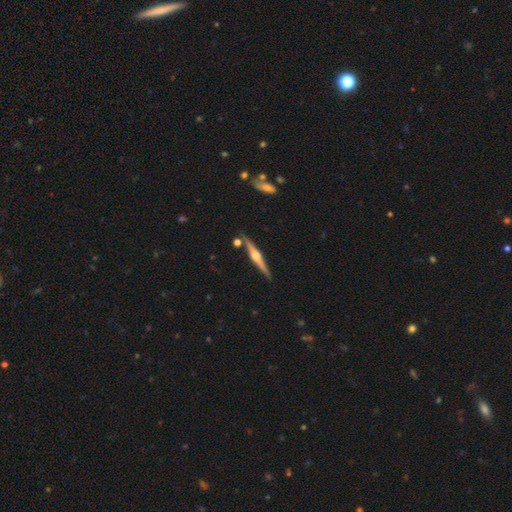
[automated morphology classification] type=featured or disk (81%); edge-on=yes (98%); edge-on bulge=rounded (91%); merging=none (87%).